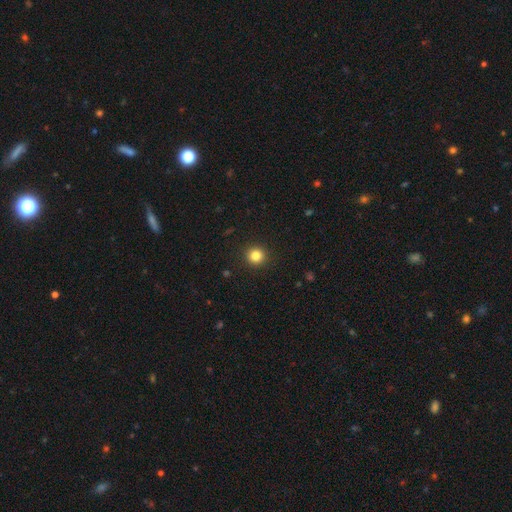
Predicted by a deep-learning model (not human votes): Morphology: type=smooth (83%); roundness=round (94%); merging=none (93%).